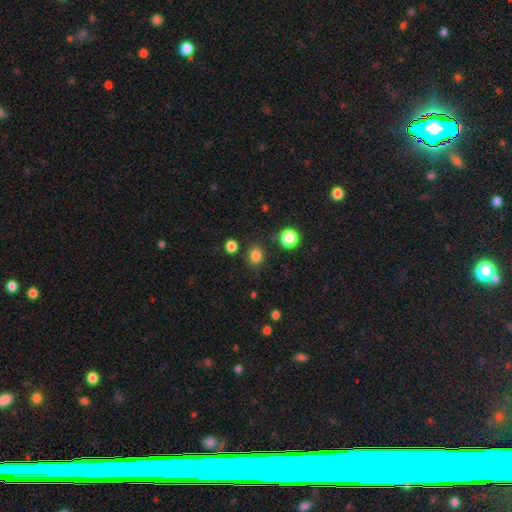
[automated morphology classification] This is clearly a smooth galaxy (82%). How rounded: clearly round (82%). Merging: clearly none (85%).